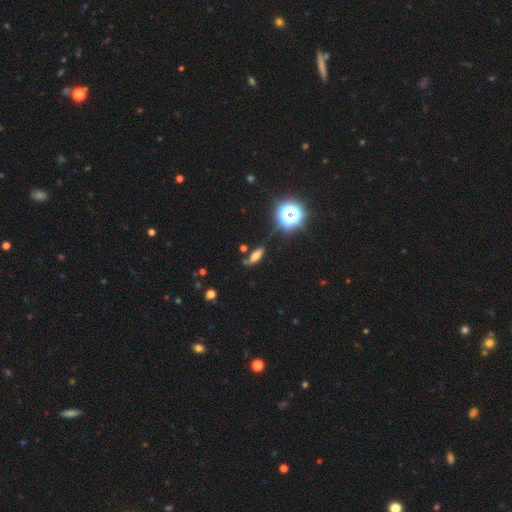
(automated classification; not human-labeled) Overall: smooth (63%). How rounded: in between (60%; cigar-shaped 31%). Merging: none (64%).